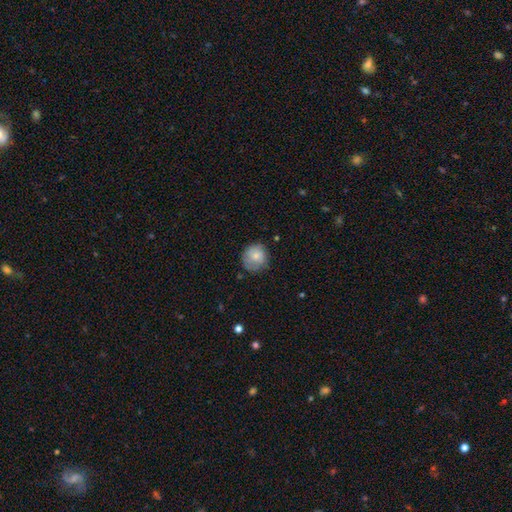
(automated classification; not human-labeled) Smooth or featured?
  - smooth: 78% *
  - featured or disk: 14%
  - star or artifact: 7%
How rounded?
  - round: 88% *
  - in between: 11%
  - cigar-shaped: 1%
Merging?
  - none: 70% *
  - minor disturbance: 23%
  - major disturbance: 5%
  - merger: 2%